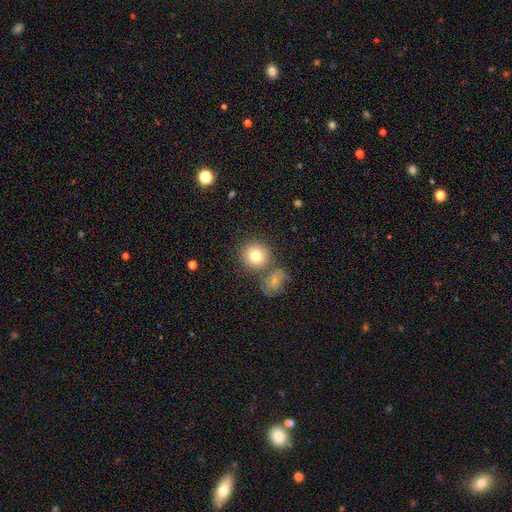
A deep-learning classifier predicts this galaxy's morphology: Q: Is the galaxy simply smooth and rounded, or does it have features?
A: smooth — 79%.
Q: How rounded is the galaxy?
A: round — 89%.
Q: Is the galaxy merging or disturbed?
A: none — 68%.